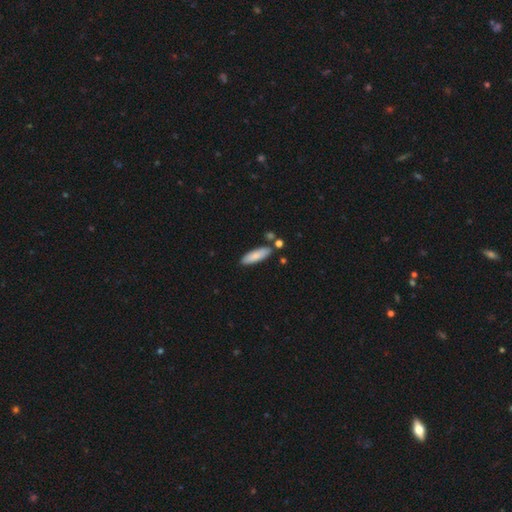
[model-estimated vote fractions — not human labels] Smooth or featured: smooth — 84% (featured or disk — 11%)
How rounded: cigar-shaped — 52% (in between — 46%)
Merging: none — 78% (minor disturbance — 12%)